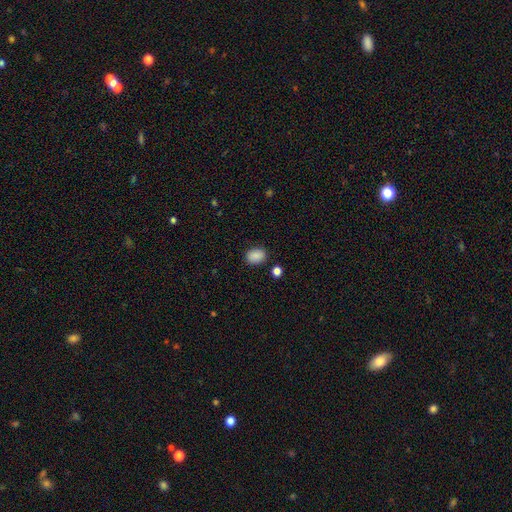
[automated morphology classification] Smooth or featured?
  - smooth: 88% *
  - star or artifact: 8%
  - featured or disk: 3%
How rounded?
  - in between: 71% *
  - round: 28%
  - cigar-shaped: 1%
Merging?
  - none: 85% *
  - minor disturbance: 10%
  - major disturbance: 3%
  - merger: 2%